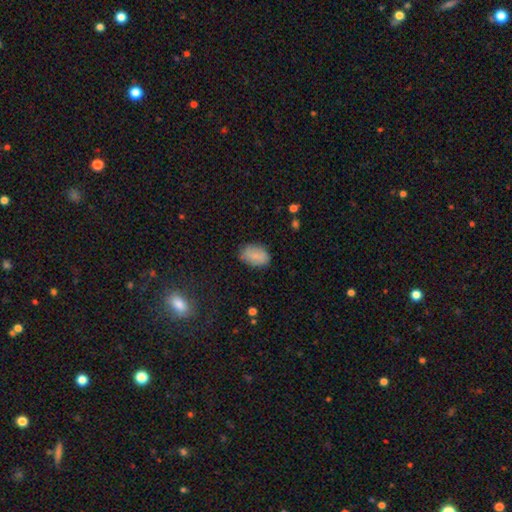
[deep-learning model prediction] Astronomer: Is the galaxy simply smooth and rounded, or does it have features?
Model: smooth — 80%.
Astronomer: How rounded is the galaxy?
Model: in between — 87%.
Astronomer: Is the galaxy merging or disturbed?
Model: none — 79%.